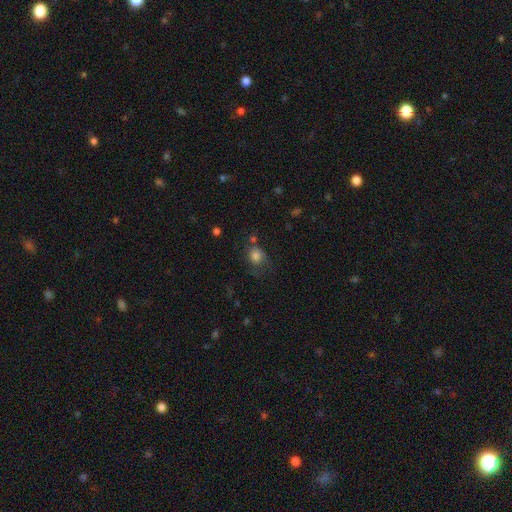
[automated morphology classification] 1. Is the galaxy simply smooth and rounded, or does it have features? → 80% smooth, 11% star or artifact, 9% featured or disk.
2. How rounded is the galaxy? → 72% round, 27% in between, 1% cigar-shaped.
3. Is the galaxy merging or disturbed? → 56% none, 24% minor disturbance, 13% major disturbance, 8% merger.